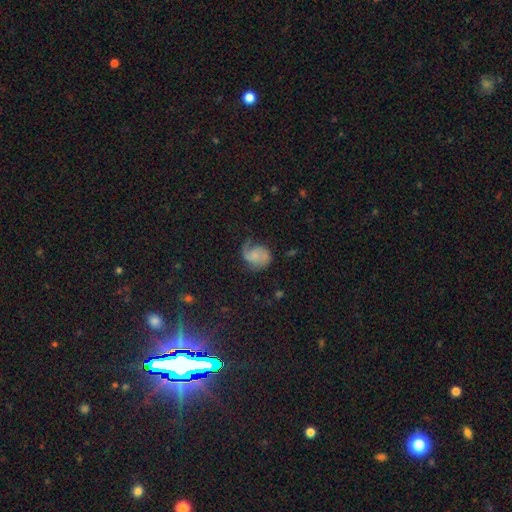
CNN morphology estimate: Overall: featured or disk (57%; smooth 35%). Edge-on disk: no (98%). Bar: no (70%). Spiral arms: yes (89%). Bulge size: small (50%; none 24%). Merging: none (46%; minor disturbance 28%).